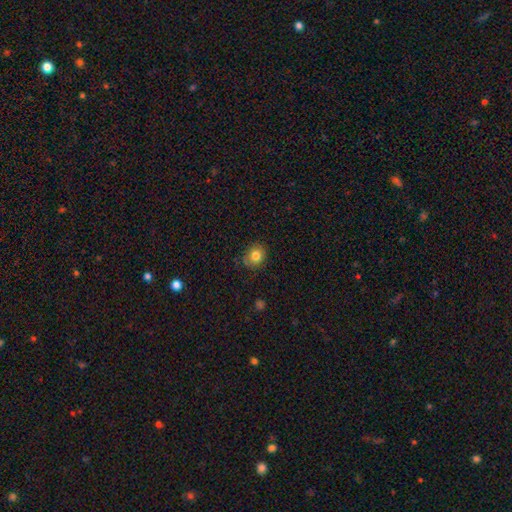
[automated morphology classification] smooth 81%, star or artifact 11%, featured or disk 9%. Down the decision tree: how rounded — round (75%); merging — none (80%).